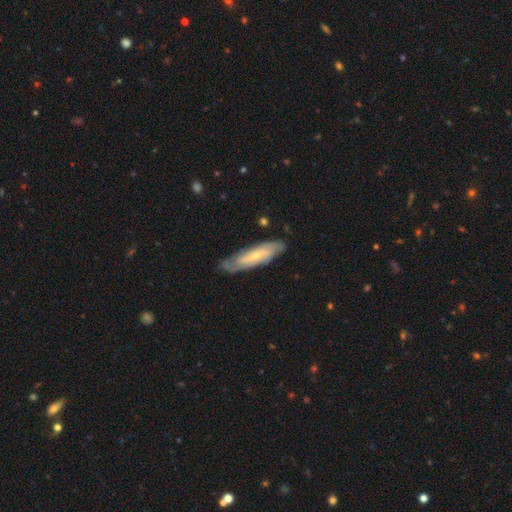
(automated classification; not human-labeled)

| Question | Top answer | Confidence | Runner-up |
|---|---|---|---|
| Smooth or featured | featured or disk | 61% | smooth (33%) |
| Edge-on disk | no | 69% | yes (31%) |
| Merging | none | 76% | minor disturbance (18%) |